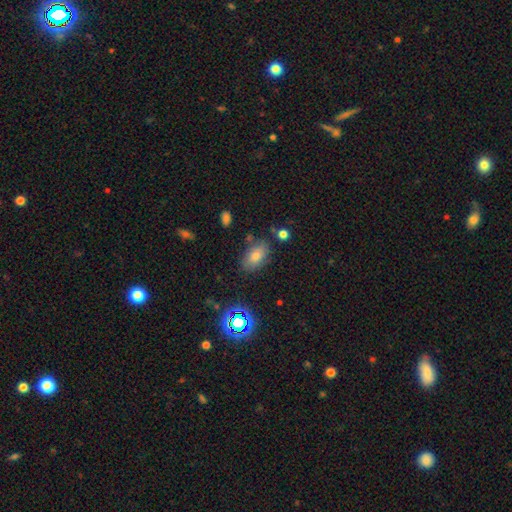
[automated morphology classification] The model was most divided on "smooth or featured": smooth: 73%, star or artifact: 17%, featured or disk: 11%. More confident: how rounded — in between (88%); merging — none (77%).